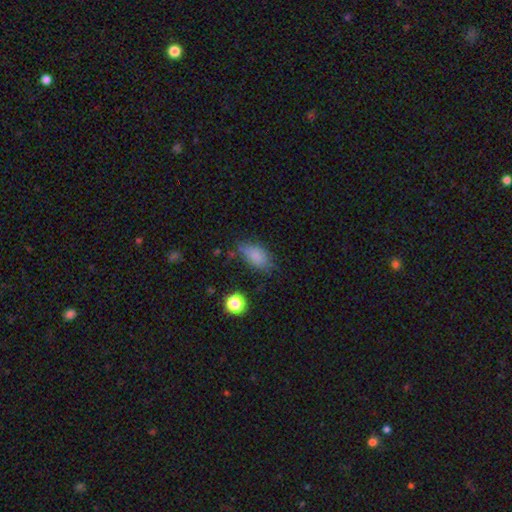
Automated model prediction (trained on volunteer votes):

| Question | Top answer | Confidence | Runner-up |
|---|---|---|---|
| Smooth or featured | smooth | 82% | star or artifact (11%) |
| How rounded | in between | 89% | round (6%) |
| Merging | none | 60% | minor disturbance (29%) |